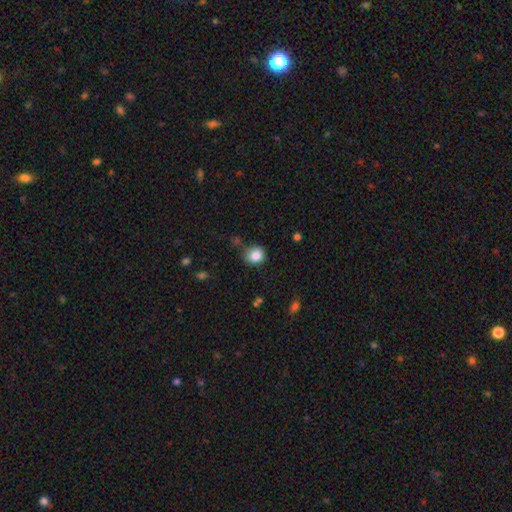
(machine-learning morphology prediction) This is clearly a smooth galaxy (84%). How rounded: likely round (77%). Merging: likely none (76%).